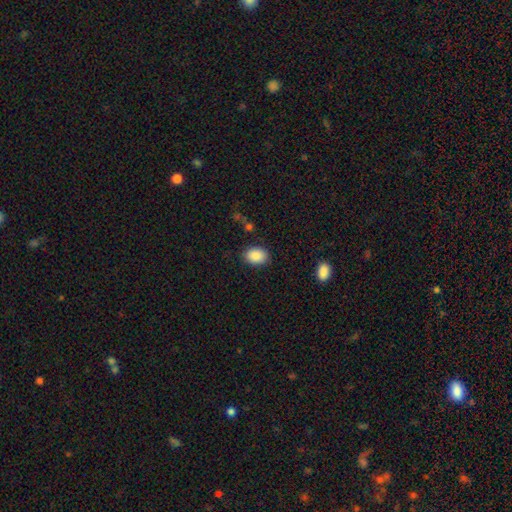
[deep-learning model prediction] smooth-or-featured: smooth: 89% | star or artifact: 7% | featured or disk: 4%
  how-rounded: in between: 77% | round: 22% | cigar-shaped: 1%
  merging: none: 85% | minor disturbance: 11% | major disturbance: 3% | merger: 2%